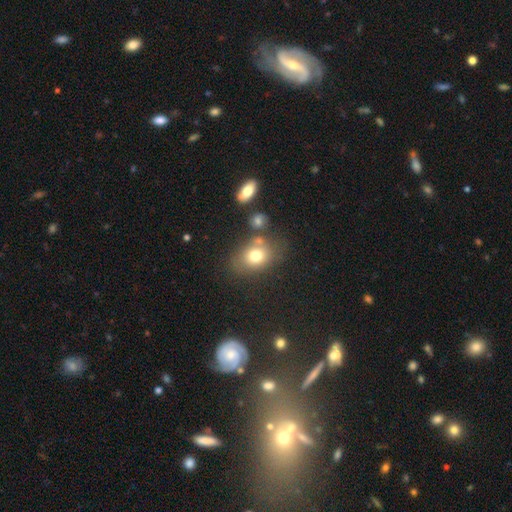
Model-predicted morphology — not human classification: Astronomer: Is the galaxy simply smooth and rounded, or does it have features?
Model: smooth — 74%.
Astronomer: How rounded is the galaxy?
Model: in between — 59% (runner-up: round, 39%).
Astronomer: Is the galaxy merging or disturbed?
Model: none — 62%.